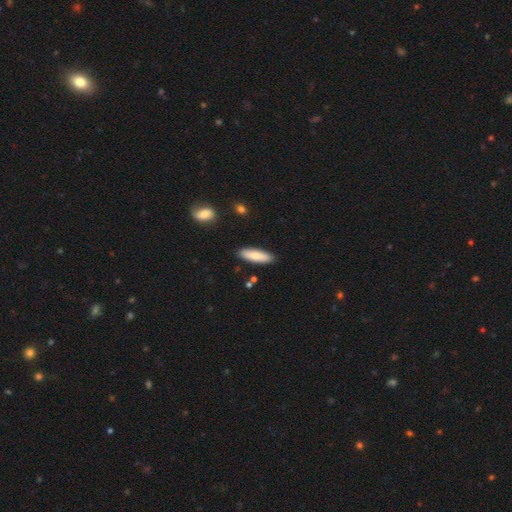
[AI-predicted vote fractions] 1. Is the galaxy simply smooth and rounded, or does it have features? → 82% smooth, 12% featured or disk, 6% star or artifact.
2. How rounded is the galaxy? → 55% cigar-shaped, 43% in between, 2% round.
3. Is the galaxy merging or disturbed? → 88% none, 9% minor disturbance, 2% merger, 2% major disturbance.